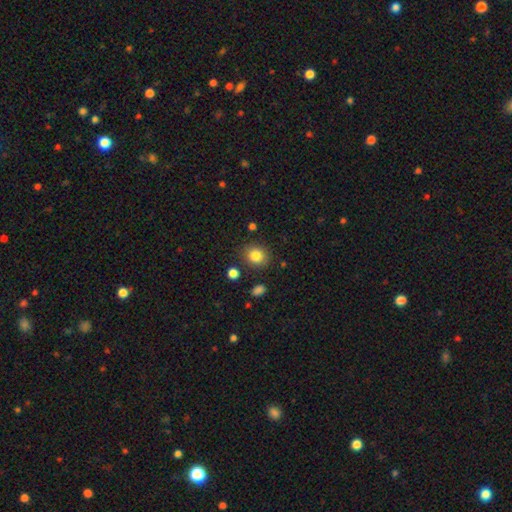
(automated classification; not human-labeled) Morphology: type=smooth (83%); roundness=round (75%); merging=none (83%).